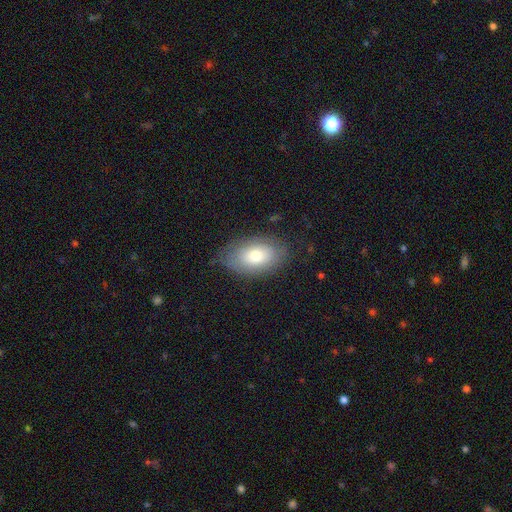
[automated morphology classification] Smooth or featured: smooth — 70% (featured or disk — 21%)
How rounded: in between — 91% (round — 7%)
Merging: none — 77% (minor disturbance — 17%)